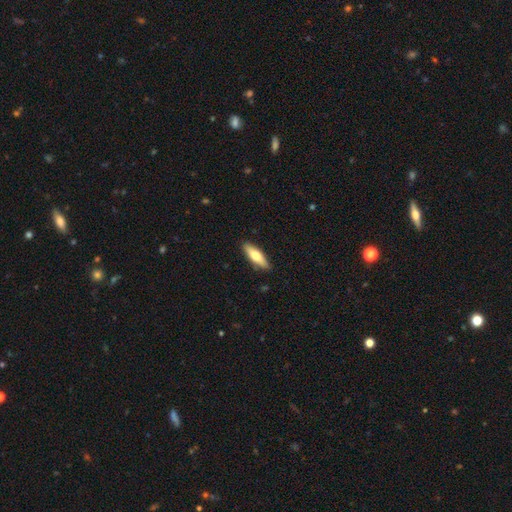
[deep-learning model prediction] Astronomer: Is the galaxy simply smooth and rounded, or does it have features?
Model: smooth — 68%.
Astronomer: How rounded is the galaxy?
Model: cigar-shaped — 51% (runner-up: in between, 47%).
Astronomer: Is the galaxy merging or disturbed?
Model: none — 88%.